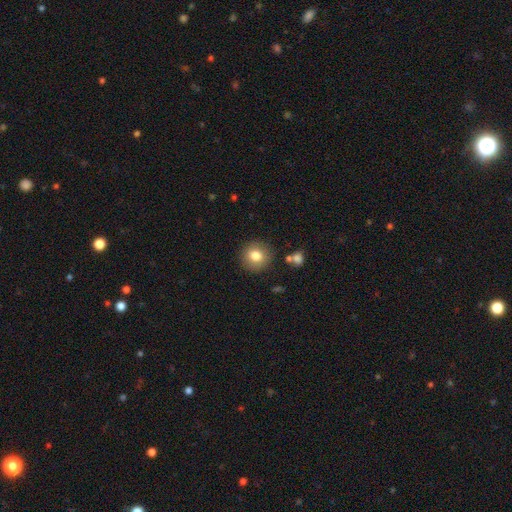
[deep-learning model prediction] smooth 80%, featured or disk 10%, star or artifact 10%. Down the decision tree: how rounded — round (91%); merging — none (87%).